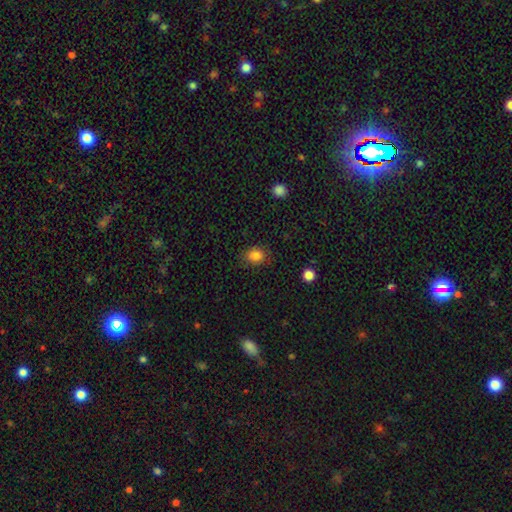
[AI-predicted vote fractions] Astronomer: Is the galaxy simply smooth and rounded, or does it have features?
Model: smooth — 85%.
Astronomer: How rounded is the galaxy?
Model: round — 52% (runner-up: in between, 47%).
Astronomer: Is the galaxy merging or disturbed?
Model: none — 79%.